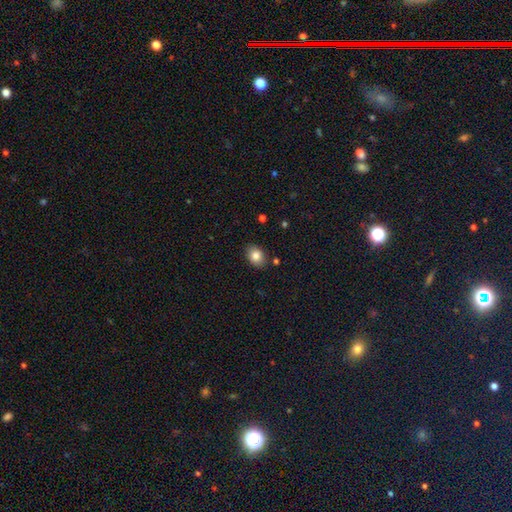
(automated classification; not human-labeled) Smooth or featured? smooth (84%)
How rounded? in between (71%)
Merging? none (85%)